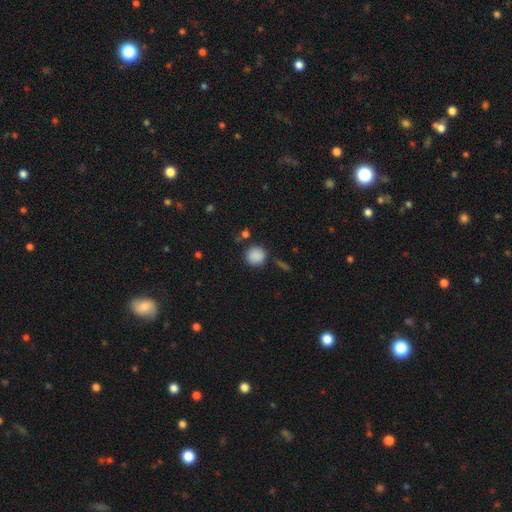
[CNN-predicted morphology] A smooth galaxy with no disk features (88%) that is round (92%). Merging: none (82%).